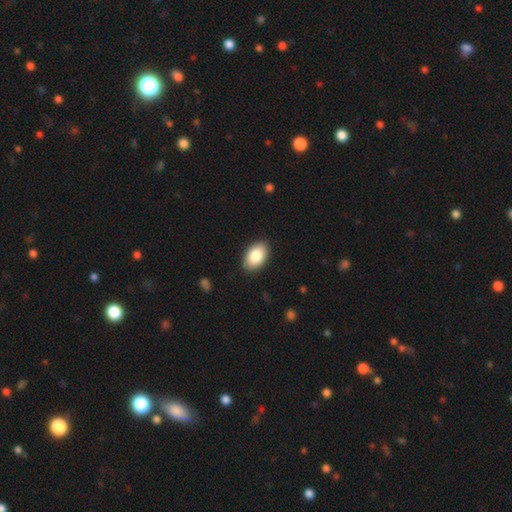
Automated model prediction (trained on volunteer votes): Smooth or featured: smooth — 85% (featured or disk — 9%)
How rounded: in between — 93% (round — 6%)
Merging: none — 88% (minor disturbance — 9%)